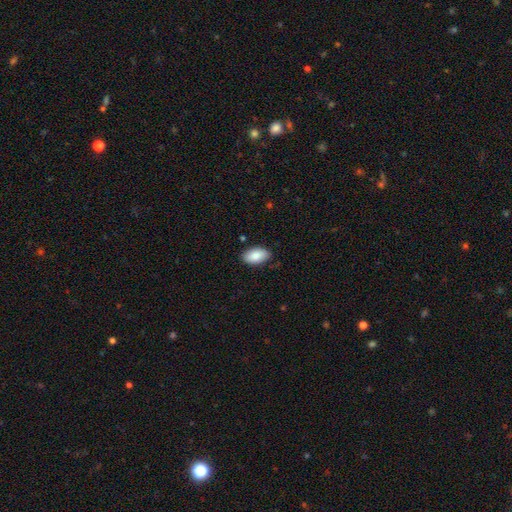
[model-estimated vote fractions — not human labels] This appears to be a smooth galaxy with no disk features (87%) that is in between round and cigar-shaped (94%). Merging: none (84%).